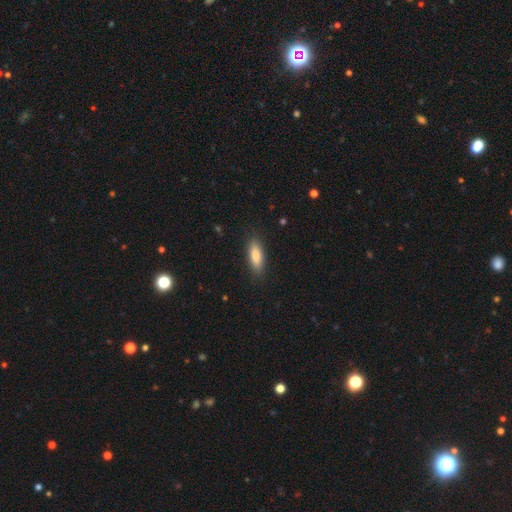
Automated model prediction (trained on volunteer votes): smooth-or-featured: smooth: 85% | featured or disk: 8% | star or artifact: 6%
  how-rounded: in between: 63% | cigar-shaped: 35% | round: 2%
  merging: none: 86% | minor disturbance: 10% | major disturbance: 2% | merger: 1%